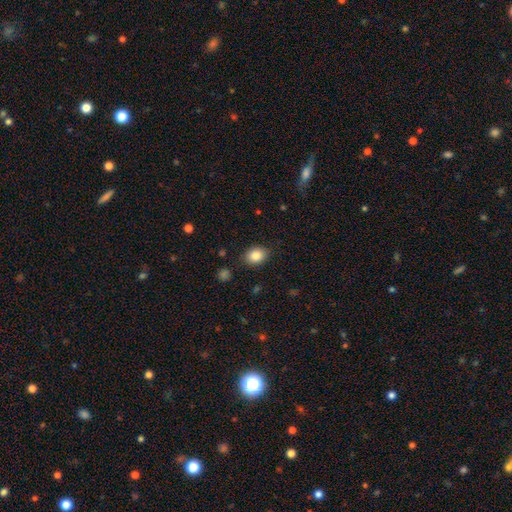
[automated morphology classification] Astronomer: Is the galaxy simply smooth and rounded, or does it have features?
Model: smooth — 85%.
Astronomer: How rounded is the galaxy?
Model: in between — 59% (runner-up: round, 40%).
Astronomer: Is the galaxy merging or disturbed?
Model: none — 86%.